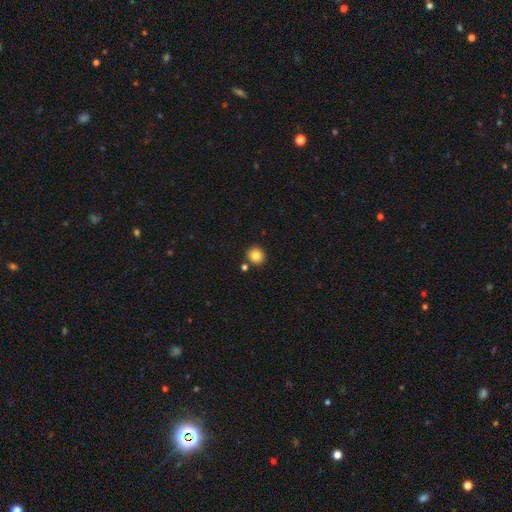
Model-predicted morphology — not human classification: A smooth galaxy with no disk features (83%) that is round (88%). Merging: none (85%).